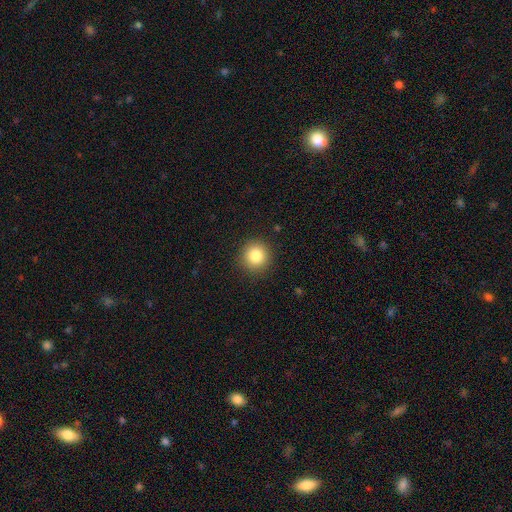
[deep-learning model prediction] Smooth or featured?
  - smooth: 83% *
  - star or artifact: 11%
  - featured or disk: 6%
How rounded?
  - round: 94% *
  - in between: 5%
  - cigar-shaped: 1%
Merging?
  - none: 91% *
  - minor disturbance: 6%
  - major disturbance: 2%
  - merger: 1%